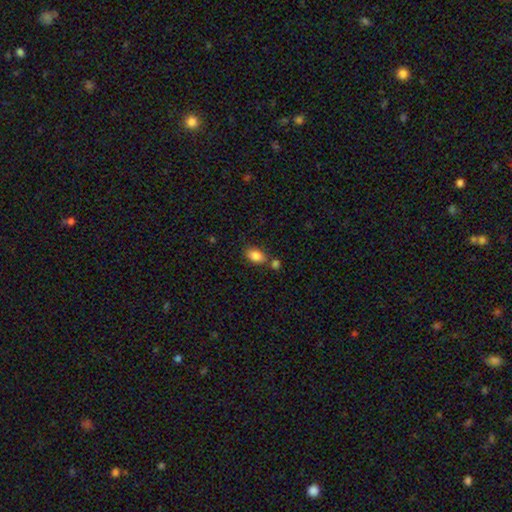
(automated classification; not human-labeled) Smooth or featured? Predicted: smooth (p=0.85). How rounded? Predicted: in between (p=0.88). Merging? Predicted: none (p=0.64).